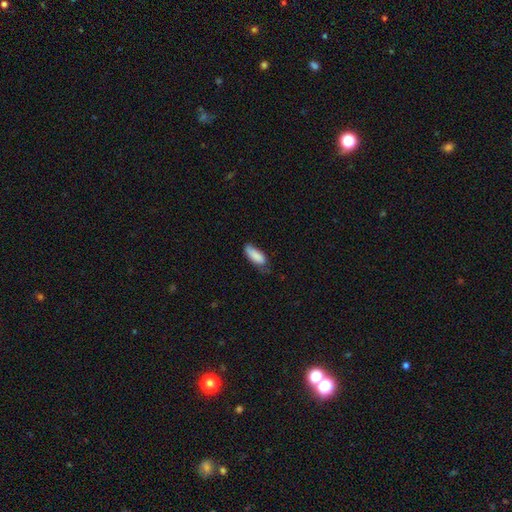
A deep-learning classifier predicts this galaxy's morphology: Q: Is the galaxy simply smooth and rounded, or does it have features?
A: smooth — 87%.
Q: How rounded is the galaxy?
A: in between — 74%.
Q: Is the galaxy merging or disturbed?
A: none — 52%.